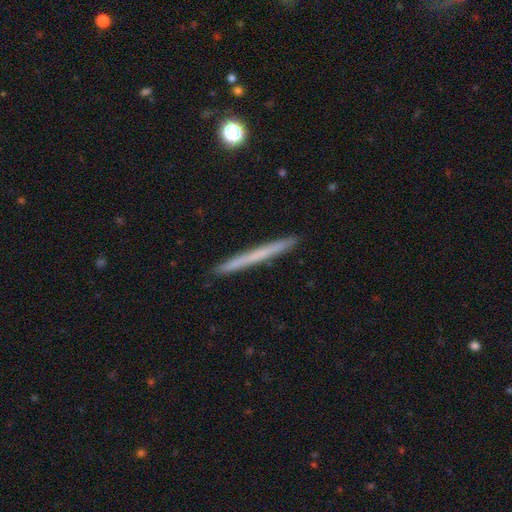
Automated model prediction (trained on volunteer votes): Overall: smooth (52%; featured or disk 41%). How rounded: cigar-shaped (97%). Merging: none (92%).